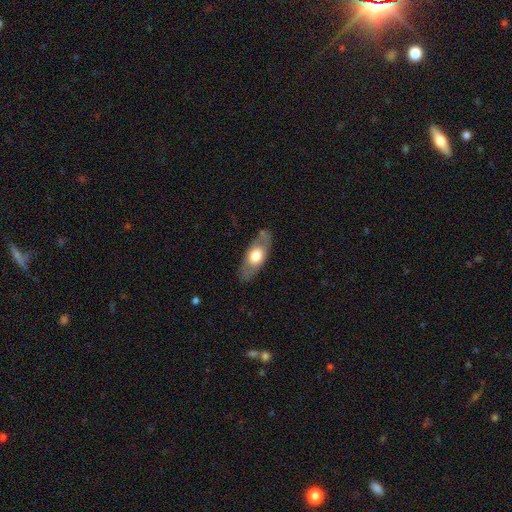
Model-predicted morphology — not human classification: This appears to be a smooth galaxy with no disk features (50%) that is in between round and cigar-shaped (78%). Merging: none (81%).